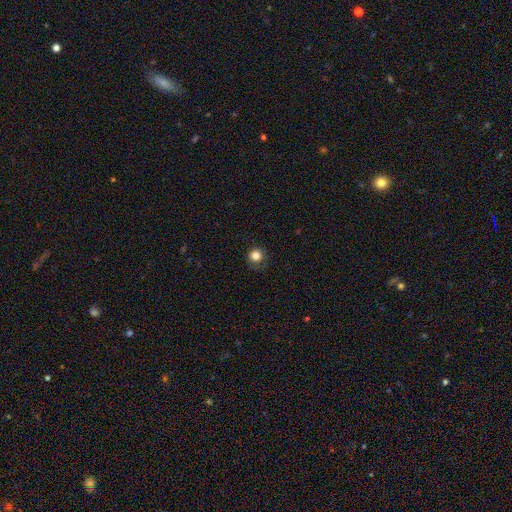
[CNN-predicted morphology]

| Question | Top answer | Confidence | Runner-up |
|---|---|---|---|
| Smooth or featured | smooth | 83% | star or artifact (12%) |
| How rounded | round | 93% | in between (7%) |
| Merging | none | 82% | minor disturbance (13%) |